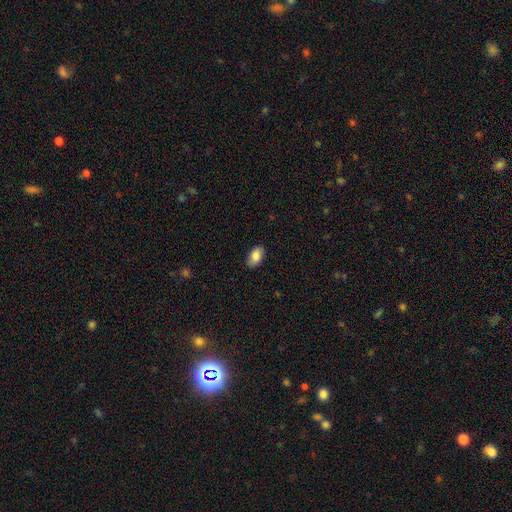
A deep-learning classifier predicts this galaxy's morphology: smooth_or_featured: smooth (p=0.85) [alt: featured or disk p=0.08]
how_rounded: in between (p=0.92) [alt: round p=0.06]
merging: none (p=0.85) [alt: minor disturbance p=0.11]